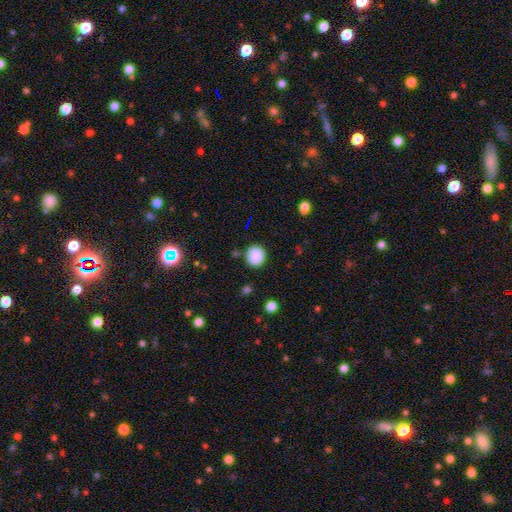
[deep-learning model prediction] smooth 87%, star or artifact 9%, featured or disk 4%. Down the decision tree: how rounded — round (89%); merging — none (84%).